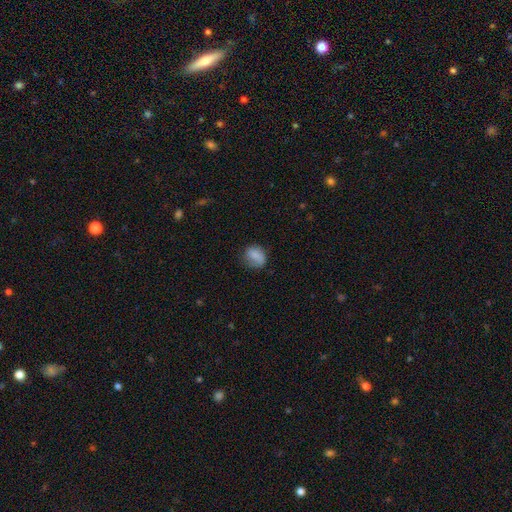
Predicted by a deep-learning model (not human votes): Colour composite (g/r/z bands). It shows a smooth galaxy with no disk features (78%) that is round (54%). Merging: none (63%).